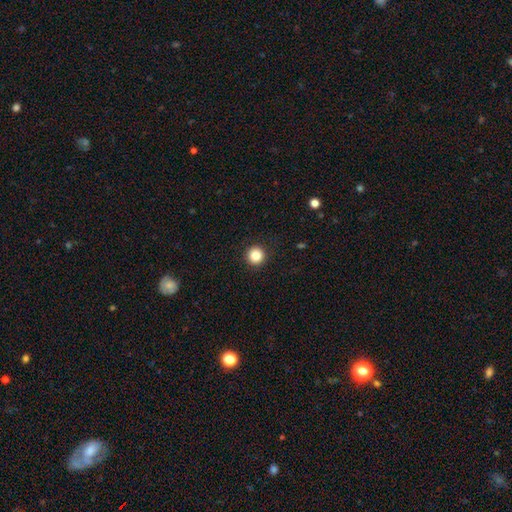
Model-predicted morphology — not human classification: A smooth galaxy with no disk features (85%) that is round (96%). Merging: none (93%).